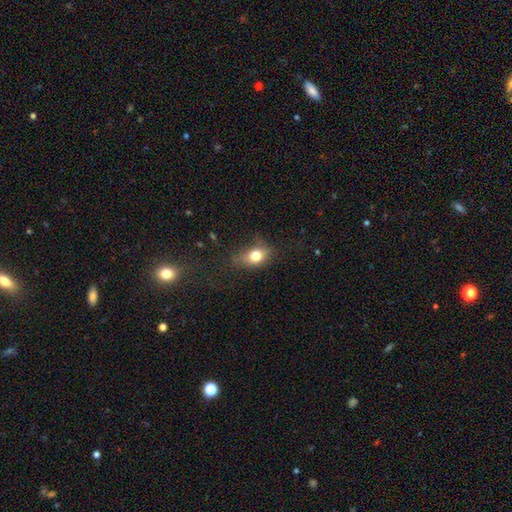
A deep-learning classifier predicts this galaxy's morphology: Smooth or featured? Predicted: smooth (p=0.75). How rounded? Predicted: in between (p=0.70). Merging? Predicted: none (p=0.51).